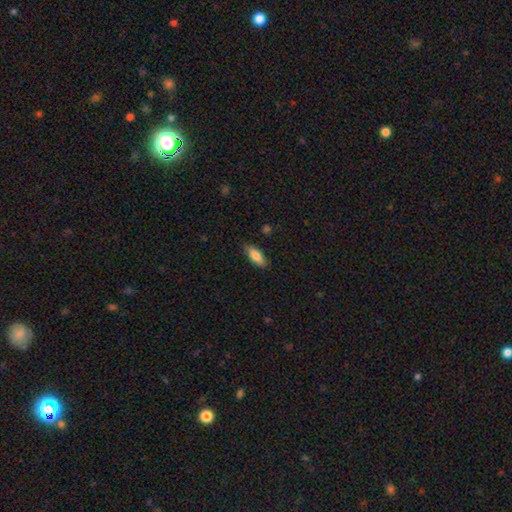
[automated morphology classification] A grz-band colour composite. It shows a smooth galaxy with no disk features (80%) that is in between round and cigar-shaped (71%). Merging: none (86%).